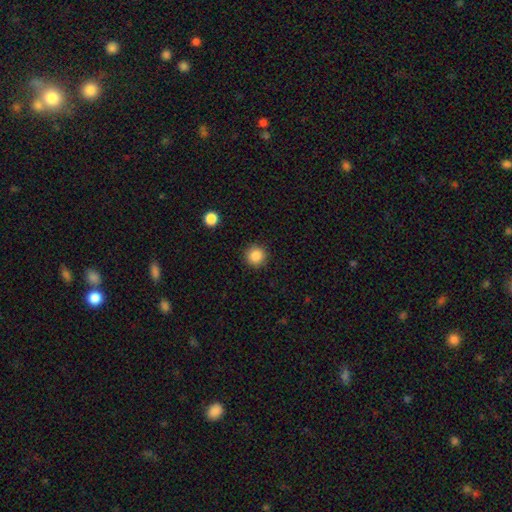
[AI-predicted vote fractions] A smooth galaxy with no disk features (86%) that is round (95%).

Vote fractions:
- Smooth or featured? smooth: 86% / star or artifact: 10% / featured or disk: 4%
- How rounded? round: 95% / in between: 4% / cigar-shaped: 1%
- Merging? none: 92% / minor disturbance: 5% / major disturbance: 2% / merger: 1%